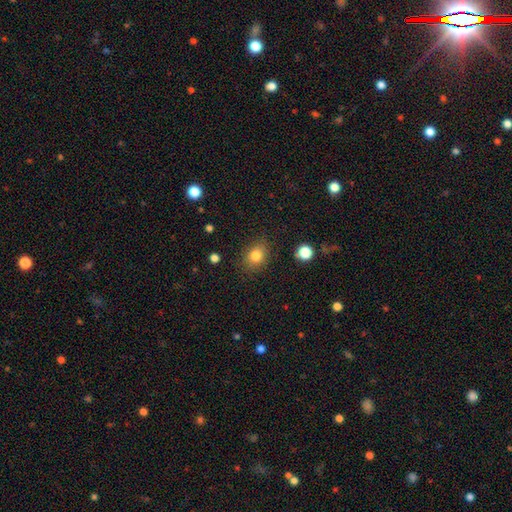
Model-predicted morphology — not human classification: smooth-or-featured: smooth: 82% | star or artifact: 11% | featured or disk: 7%
  how-rounded: round: 50% | in between: 49% | cigar-shaped: 1%
  merging: none: 83% | minor disturbance: 12% | major disturbance: 3% | merger: 2%